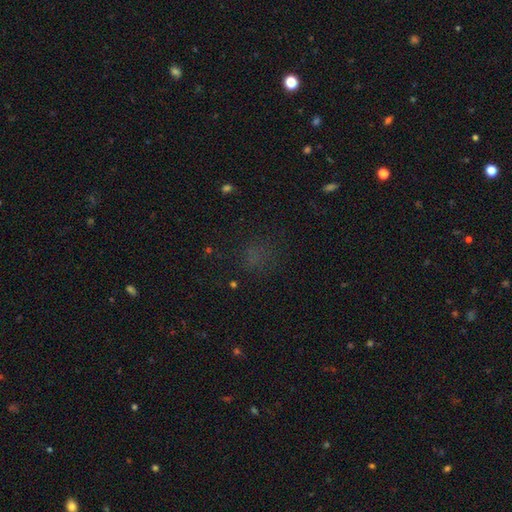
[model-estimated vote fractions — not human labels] This is possibly a smooth galaxy (51%). How rounded: likely round (74%). Merging: likely none (74%).